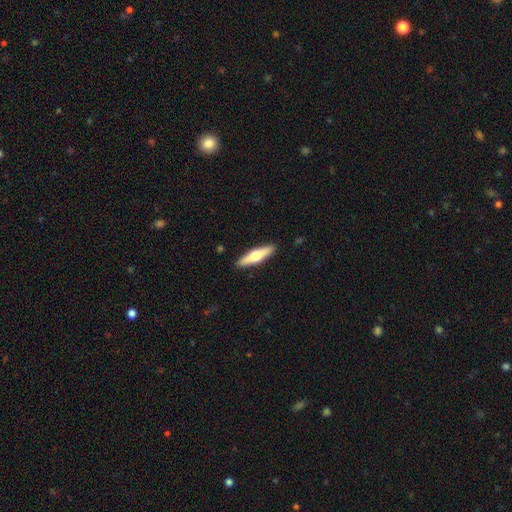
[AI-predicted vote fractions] Overall: smooth (51%; featured or disk 44%). How rounded: cigar-shaped (76%). Merging: none (91%).